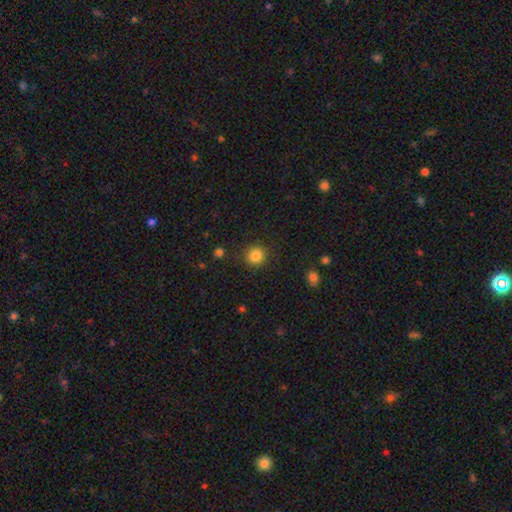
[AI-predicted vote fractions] The model was most divided on "smooth or featured": smooth: 84%, star or artifact: 11%, featured or disk: 4%. More confident: how rounded — round (90%); merging — none (88%).